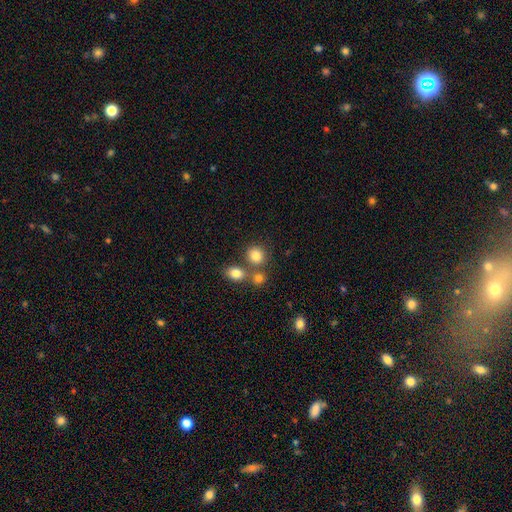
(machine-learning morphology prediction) The model was most divided on "merging": none: 63%, merger: 25%, minor disturbance: 9%, major disturbance: 3%. More confident: smooth or featured — smooth (81%); how rounded — round (80%).